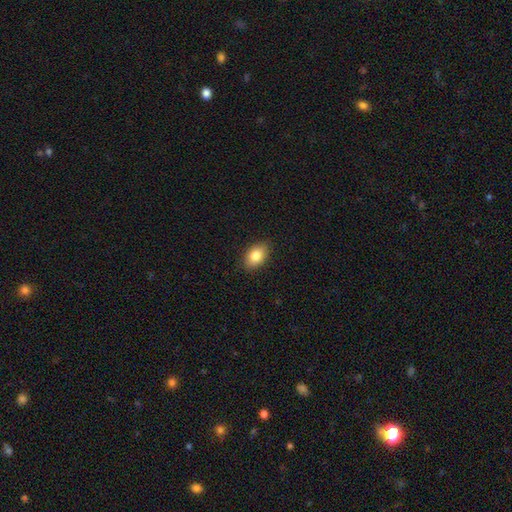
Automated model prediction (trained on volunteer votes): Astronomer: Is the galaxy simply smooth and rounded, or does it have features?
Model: smooth — 84%.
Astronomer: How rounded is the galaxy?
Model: in between — 88%.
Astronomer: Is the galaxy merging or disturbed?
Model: none — 87%.